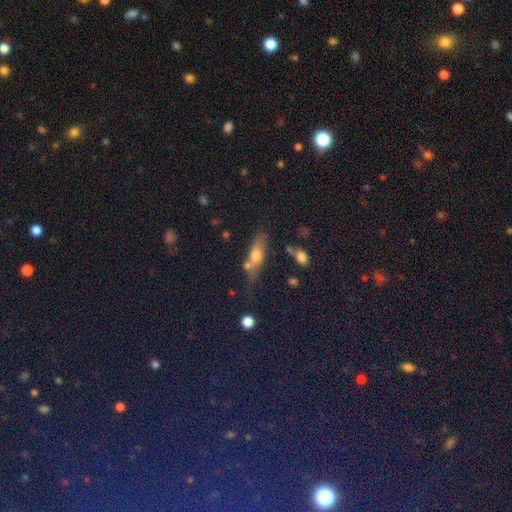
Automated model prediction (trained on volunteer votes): This is possibly a smooth galaxy (55%). How rounded: possibly in between (49%). Merging: possibly none (58%).